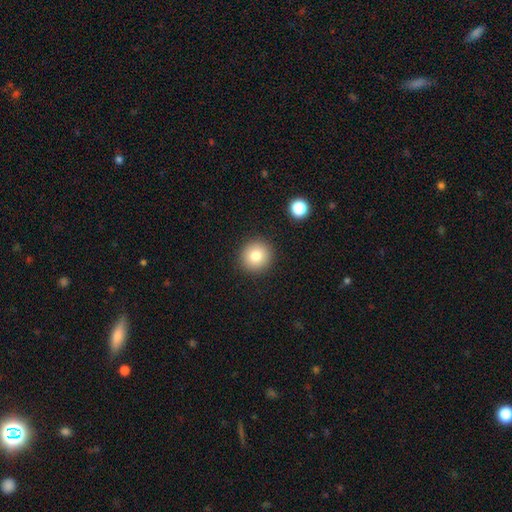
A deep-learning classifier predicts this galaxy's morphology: Smooth or featured?
  - smooth: 79% *
  - star or artifact: 11%
  - featured or disk: 10%
How rounded?
  - round: 92% *
  - in between: 7%
  - cigar-shaped: 1%
Merging?
  - none: 91% *
  - minor disturbance: 6%
  - major disturbance: 2%
  - merger: 2%